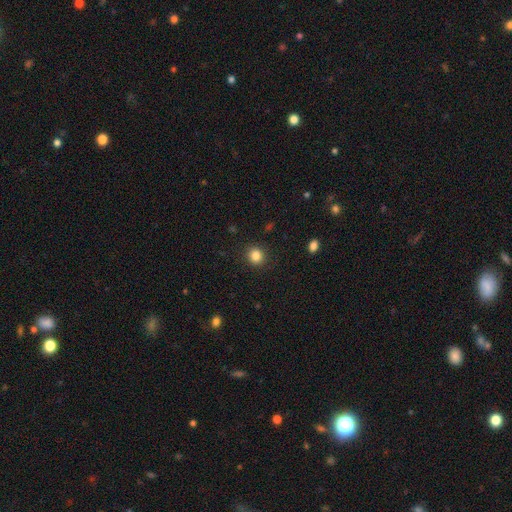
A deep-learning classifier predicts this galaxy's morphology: A smooth galaxy with no disk features (84%) that is round (87%).

Vote fractions:
- Smooth or featured? smooth: 84% / star or artifact: 11% / featured or disk: 5%
- How rounded? round: 87% / in between: 12% / cigar-shaped: 1%
- Merging? none: 91% / minor disturbance: 6% / major disturbance: 2% / merger: 1%